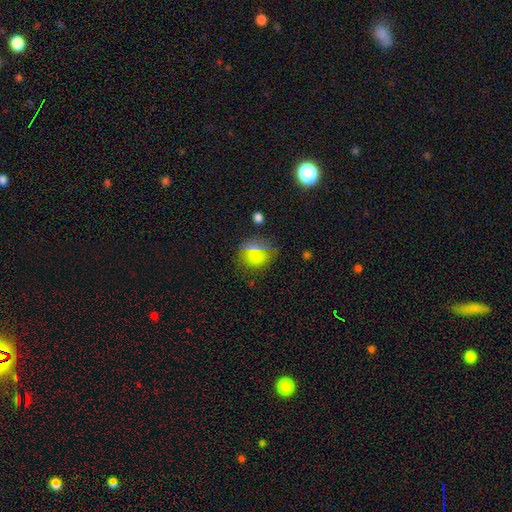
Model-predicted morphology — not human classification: The model was most divided on "smooth or featured": smooth: 72%, star or artifact: 20%, featured or disk: 7%. More confident: how rounded — round (80%); merging — none (79%).